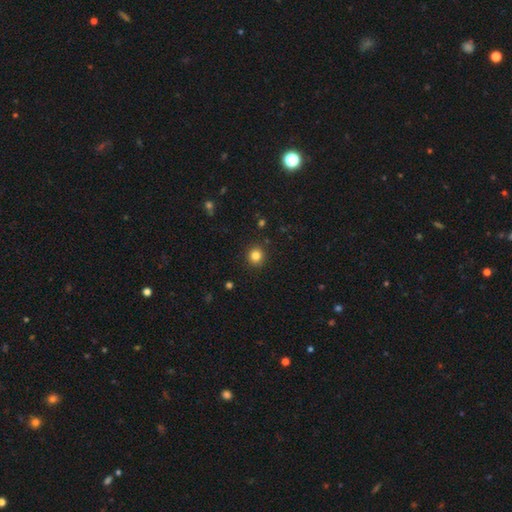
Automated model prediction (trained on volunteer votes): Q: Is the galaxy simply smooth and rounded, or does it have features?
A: smooth — 83%.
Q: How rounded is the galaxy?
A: round — 92%.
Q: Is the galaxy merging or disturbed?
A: none — 91%.